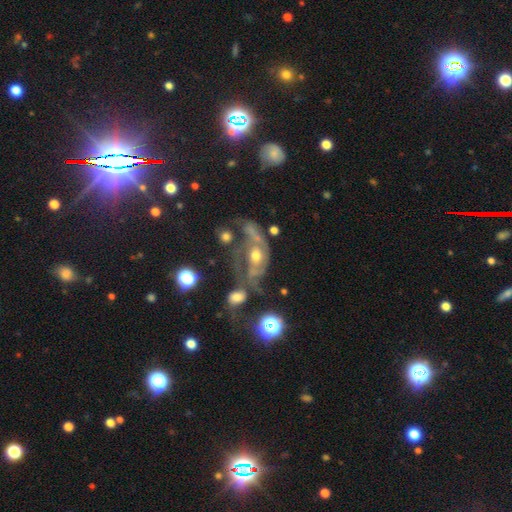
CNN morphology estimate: Overall: featured or disk (69%). Edge-on disk: no (95%). Bar: no (72%). Spiral arms: yes (73%). Bulge size: moderate (64%). Merging: merger (33%; major disturbance 32%).